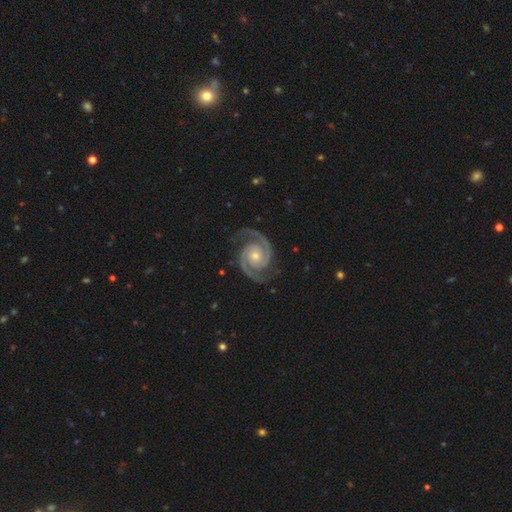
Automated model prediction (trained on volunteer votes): featured or disk 94%, star or artifact 4%, smooth 2%. Down the decision tree: edge-on disk — no (98%); bar — no (73%); spiral arms — yes (99%); spiral arm count — 2 (94%); spiral winding — tight (55%); bulge size — small (50%); merging — none (84%).